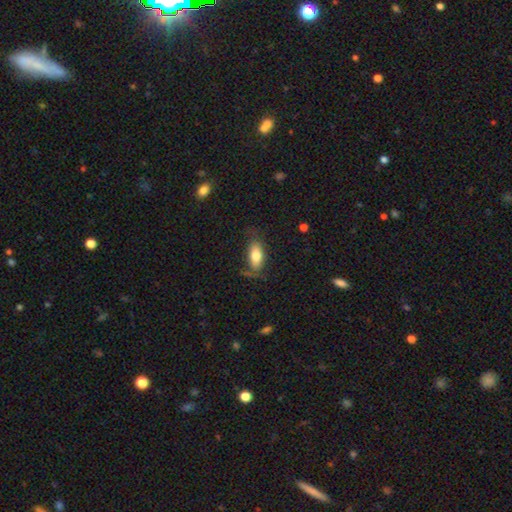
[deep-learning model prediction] smooth 75%, featured or disk 18%, star or artifact 7%. Down the decision tree: how rounded — in between (86%); merging — none (62%).